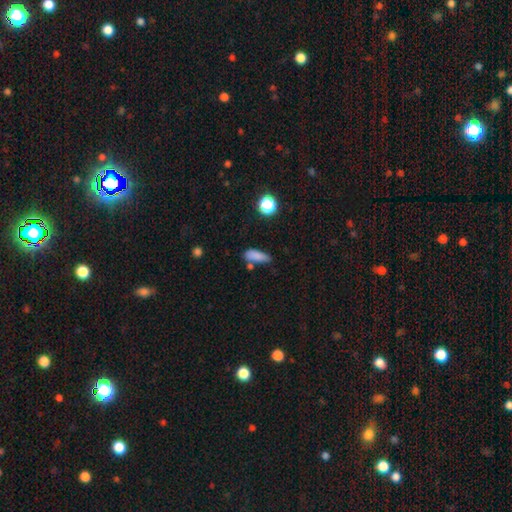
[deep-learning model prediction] Smooth or featured: smooth — 82% (star or artifact — 11%)
How rounded: in between — 63% (cigar-shaped — 33%)
Merging: none — 59% (minor disturbance — 23%)